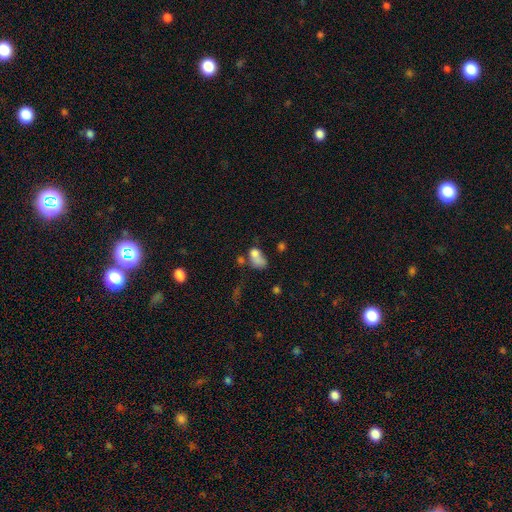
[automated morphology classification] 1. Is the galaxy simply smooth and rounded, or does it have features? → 69% smooth, 17% featured or disk, 14% star or artifact.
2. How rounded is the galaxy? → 76% in between, 22% round, 2% cigar-shaped.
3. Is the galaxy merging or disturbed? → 38% merger, 24% major disturbance, 21% none, 17% minor disturbance.